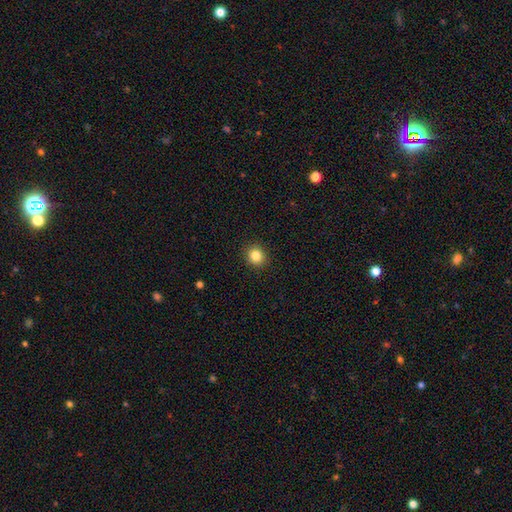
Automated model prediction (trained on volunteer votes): The model was most divided on "smooth or featured": smooth: 84%, star or artifact: 11%, featured or disk: 5%. More confident: merging — none (92%); how rounded — round (86%).